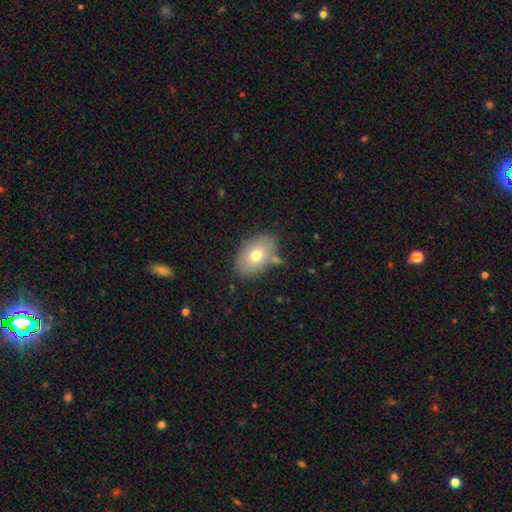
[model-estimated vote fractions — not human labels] smooth-or-featured: smooth: 73% | featured or disk: 19% | star or artifact: 8%
  how-rounded: in between: 87% | round: 12% | cigar-shaped: 1%
  merging: none: 75% | minor disturbance: 16% | merger: 6% | major disturbance: 4%